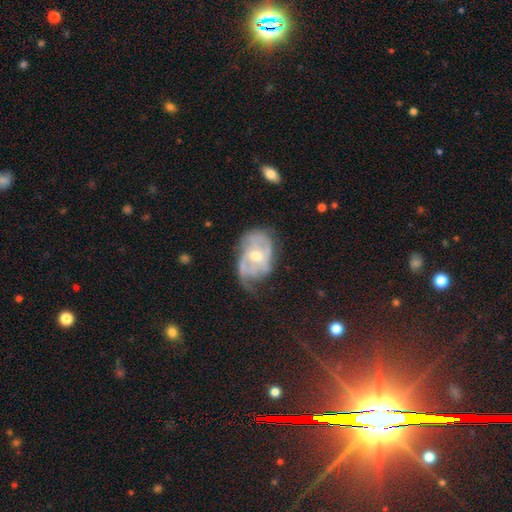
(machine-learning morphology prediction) Overall: featured or disk (77%). Edge-on disk: no (96%). Bar: no (52%; weak 39%). Spiral arms: yes (84%). Spiral arm count: 2 (36%; can't tell 33%). Spiral winding: medium (40%; tight 38%). Bulge size: moderate (58%; small 37%). Merging: none (44%; minor disturbance 31%).